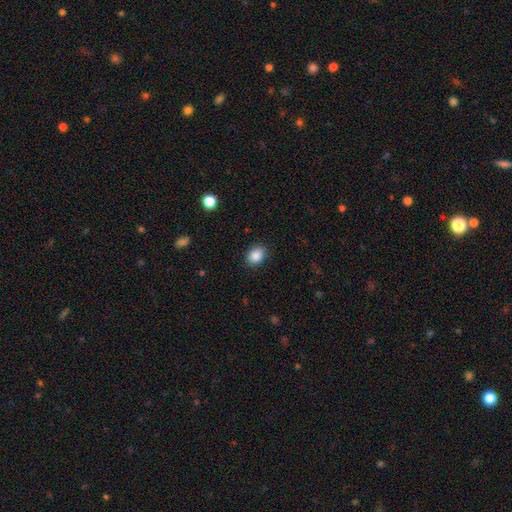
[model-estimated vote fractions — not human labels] smooth-or-featured: smooth: 88% | star or artifact: 9% | featured or disk: 3%
  how-rounded: in between: 56% | round: 43% | cigar-shaped: 1%
  merging: none: 87% | minor disturbance: 9% | major disturbance: 3% | merger: 1%